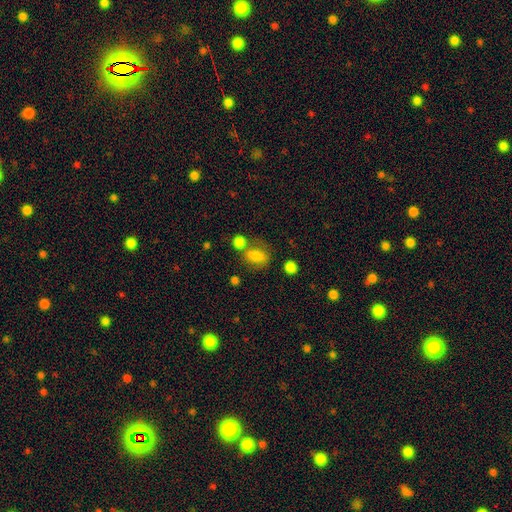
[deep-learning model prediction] This appears to be a smooth galaxy with no disk features (78%) that is in between round and cigar-shaped (70%). Merging: none (50%).